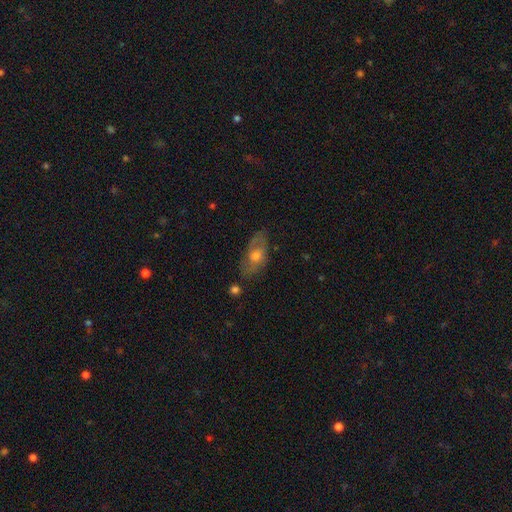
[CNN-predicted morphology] type=featured or disk (53%); edge-on=no (84%); merging=none (72%).